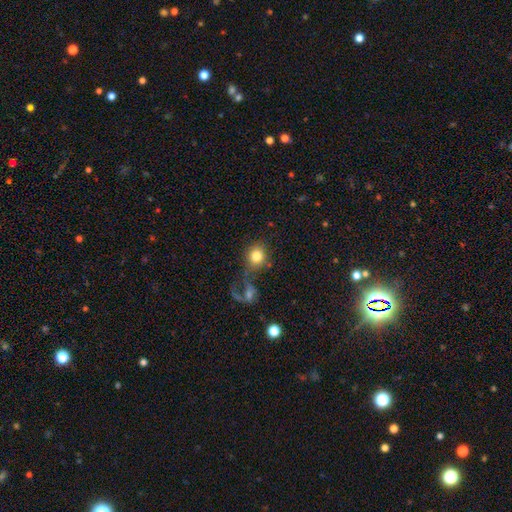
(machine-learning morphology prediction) Smooth or featured: smooth — 81% (featured or disk — 10%)
How rounded: round — 78% (in between — 21%)
Merging: none — 50% (merger — 24%)